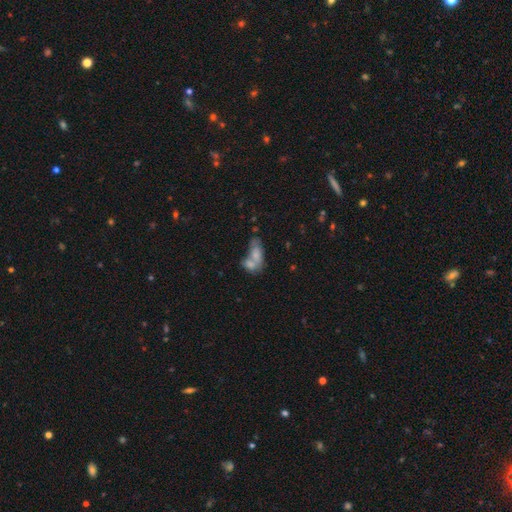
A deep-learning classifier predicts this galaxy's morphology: smooth-or-featured: smooth: 68% | featured or disk: 23% | star or artifact: 9%
  how-rounded: in between: 84% | cigar-shaped: 8% | round: 8%
  merging: merger: 63% | none: 21% | minor disturbance: 10% | major disturbance: 7%